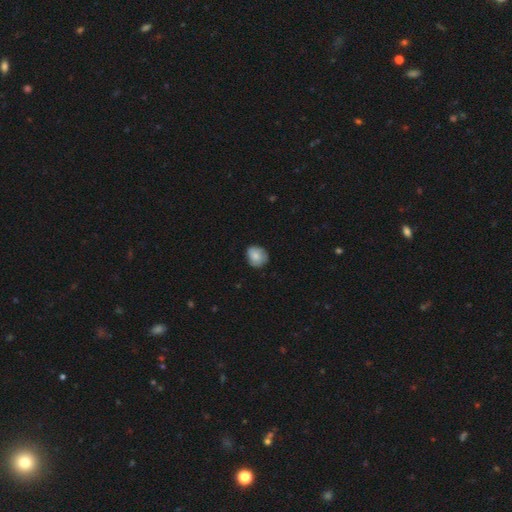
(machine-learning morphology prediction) A smooth galaxy with no disk features (77%) that is round (69%). Merging: none (74%).